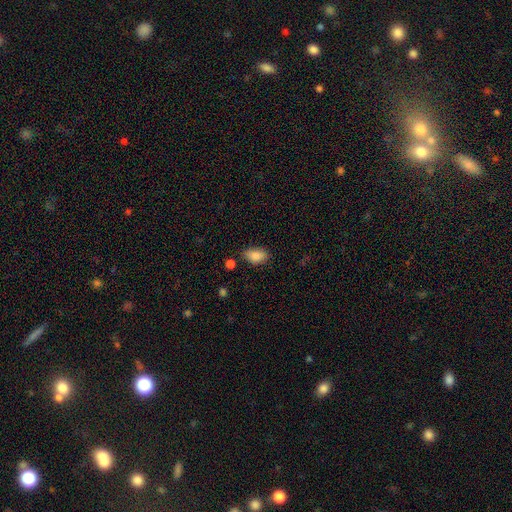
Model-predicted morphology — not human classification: This is clearly a smooth galaxy (87%). How rounded: clearly in between (90%). Merging: likely none (76%).